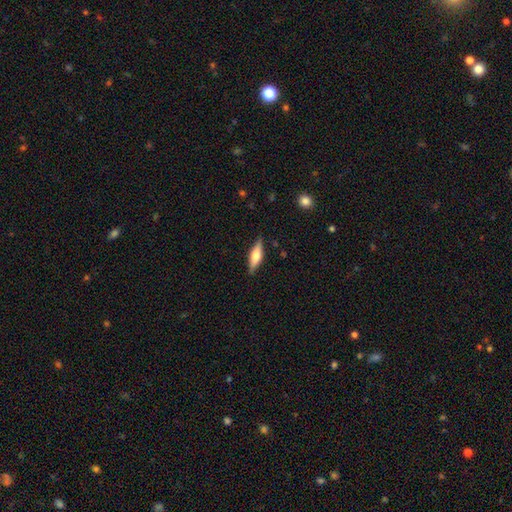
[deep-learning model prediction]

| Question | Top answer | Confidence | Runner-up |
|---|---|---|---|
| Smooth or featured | featured or disk | 55% | smooth (39%) |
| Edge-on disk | yes | 95% | no (5%) |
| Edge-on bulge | rounded | 88% | boxy (9%) |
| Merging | none | 87% | minor disturbance (10%) |